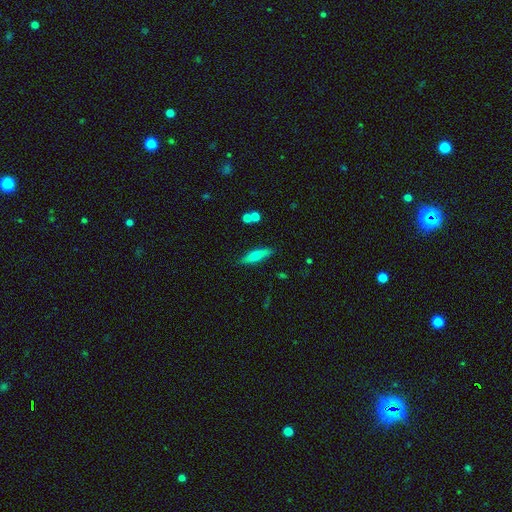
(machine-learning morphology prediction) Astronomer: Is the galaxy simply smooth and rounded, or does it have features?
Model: smooth — 64%.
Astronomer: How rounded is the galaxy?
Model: cigar-shaped — 74%.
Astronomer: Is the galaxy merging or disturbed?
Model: none — 84%.